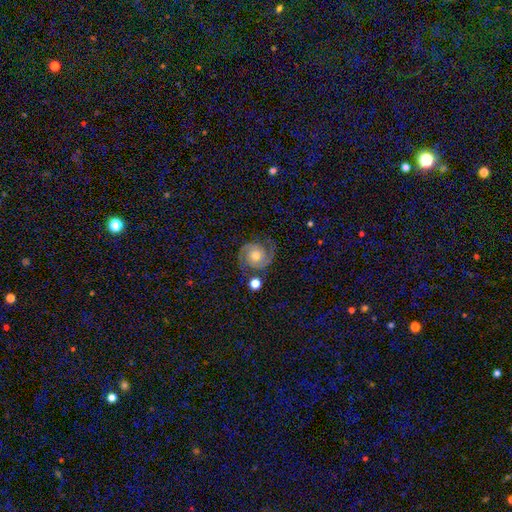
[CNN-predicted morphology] Q: Smooth or featured?
A: featured or disk (84%); runner-up: smooth (8%)
Q: Edge-on disk?
A: no (98%); runner-up: yes (2%)
Q: Bar?
A: no (77%); runner-up: weak (19%)
Q: Spiral arms?
A: yes (98%); runner-up: no (2%)
Q: Spiral winding?
A: medium (48%); runner-up: tight (39%)
Q: Spiral arm count?
A: 2 (92%); runner-up: can't tell (2%)
Q: Bulge size?
A: moderate (68%); runner-up: small (23%)
Q: Merging?
A: none (77%); runner-up: minor disturbance (14%)